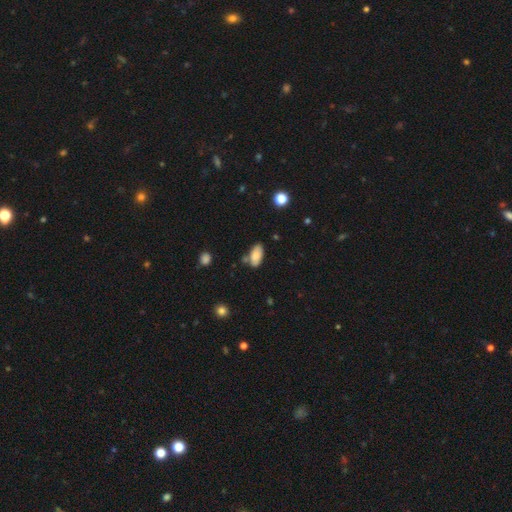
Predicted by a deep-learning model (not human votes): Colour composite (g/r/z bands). It shows a smooth galaxy with no disk features (84%) that is in between round and cigar-shaped (92%). Merging: none (66%).